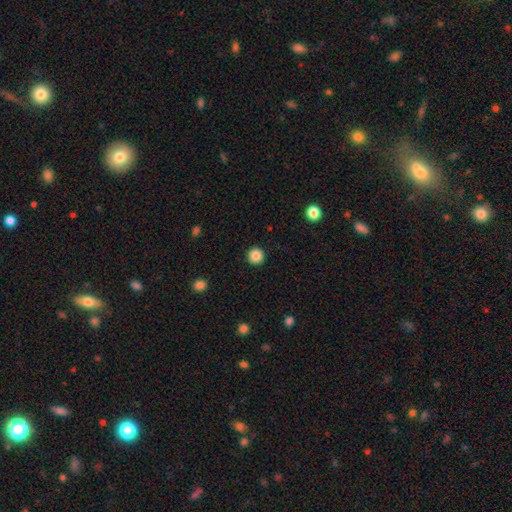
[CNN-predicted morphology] Smooth or featured: smooth — 87% (star or artifact — 10%)
How rounded: round — 96% (in between — 3%)
Merging: none — 93% (minor disturbance — 4%)